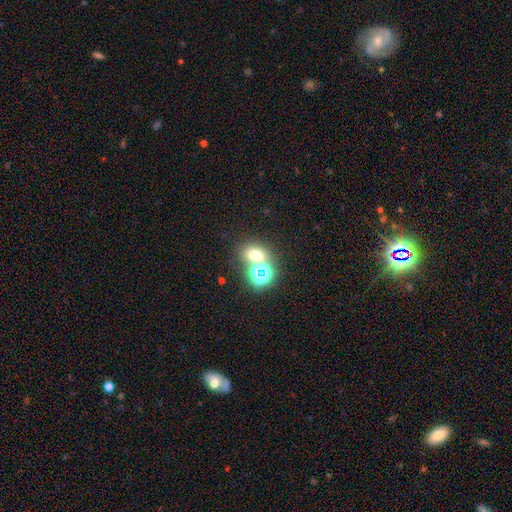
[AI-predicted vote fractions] smooth_or_featured: smooth (p=0.58) [alt: star or artifact p=0.31]
how_rounded: round (p=0.54) [alt: in between p=0.44]
merging: none (p=0.58) [alt: merger p=0.29]